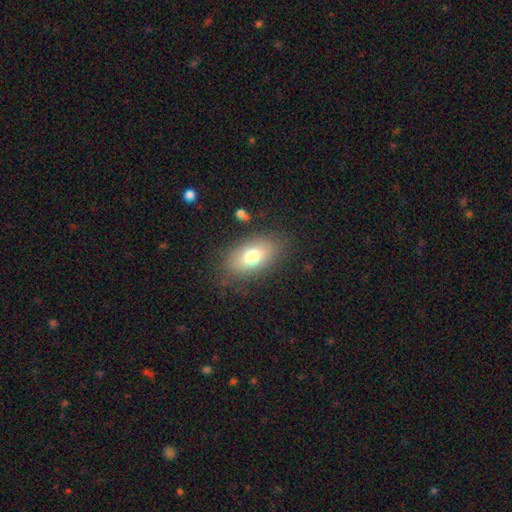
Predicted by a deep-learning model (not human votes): Smooth or featured? Predicted: smooth (p=0.72). How rounded? Predicted: in between (p=0.89). Merging? Predicted: none (p=0.87).